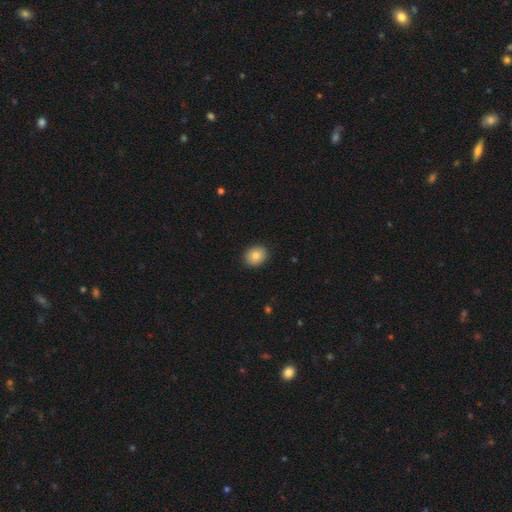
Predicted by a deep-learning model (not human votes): Smooth or featured? Predicted: smooth (p=0.84). How rounded? Predicted: round (p=0.58). Merging? Predicted: none (p=0.90).